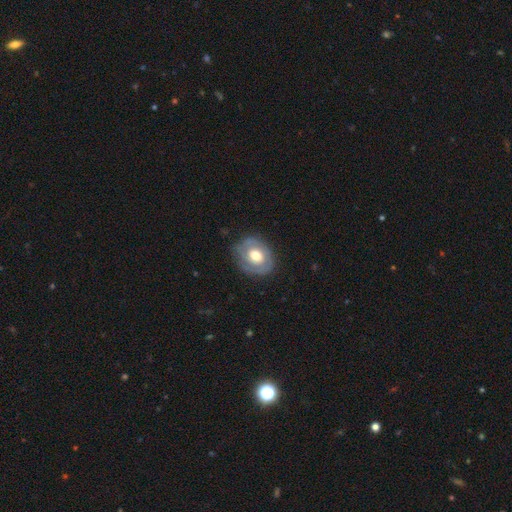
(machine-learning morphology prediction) This appears to be a featured or disk galaxy (56%) with no bar (79%), spiral arms (50%, tied with no) and a moderate central bulge (55%). Merging: none (76%).